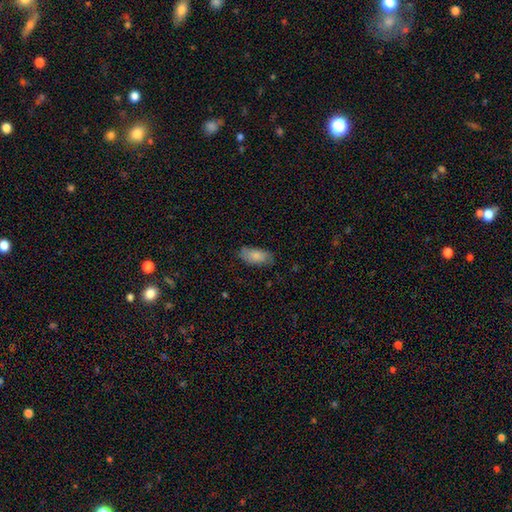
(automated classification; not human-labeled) Smooth or featured? smooth (83%)
How rounded? in between (91%)
Merging? none (73%)